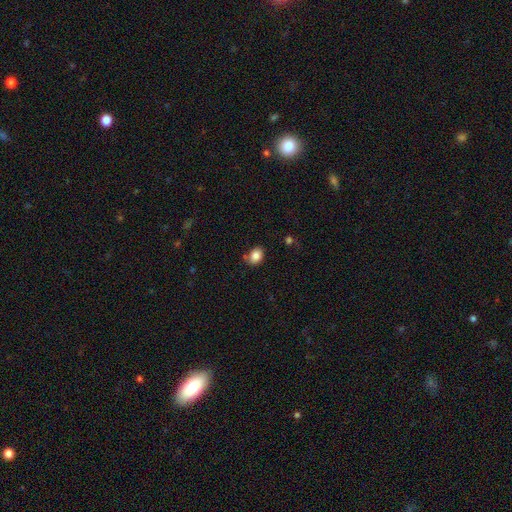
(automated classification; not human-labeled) Smooth or featured?
  - smooth: 85% *
  - star or artifact: 9%
  - featured or disk: 6%
How rounded?
  - in between: 67% *
  - round: 32%
  - cigar-shaped: 1%
Merging?
  - none: 74% *
  - minor disturbance: 17%
  - merger: 5%
  - major disturbance: 4%